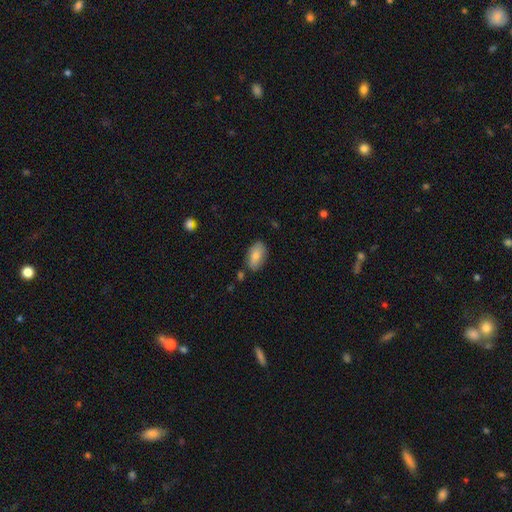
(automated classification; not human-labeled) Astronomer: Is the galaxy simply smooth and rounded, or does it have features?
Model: smooth — 80%.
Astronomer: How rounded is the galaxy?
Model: in between — 92%.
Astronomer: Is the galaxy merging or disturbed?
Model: none — 80%.